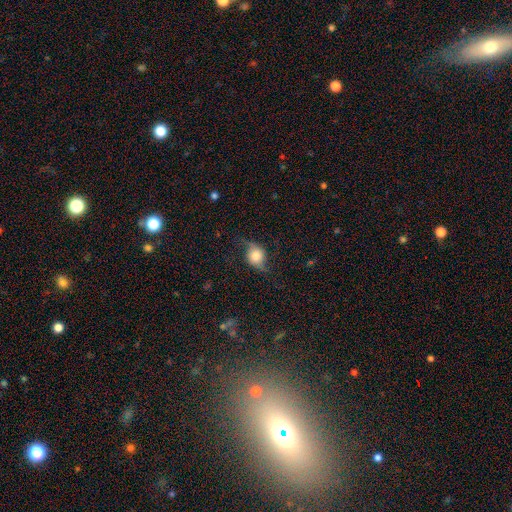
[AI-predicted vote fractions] A featured or disk galaxy (49%). Merging: none (64%).